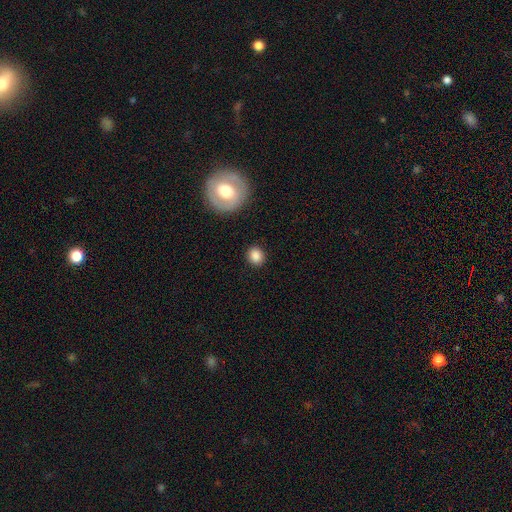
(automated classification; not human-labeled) Smooth or featured?
  - smooth: 86% *
  - star or artifact: 9%
  - featured or disk: 5%
How rounded?
  - round: 72% *
  - in between: 27%
  - cigar-shaped: 1%
Merging?
  - none: 88% *
  - minor disturbance: 8%
  - major disturbance: 2%
  - merger: 2%